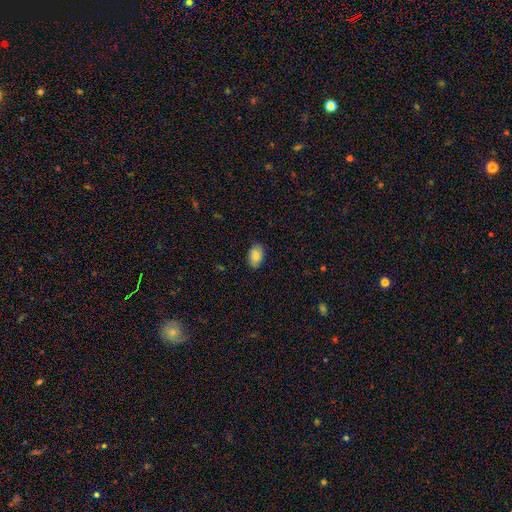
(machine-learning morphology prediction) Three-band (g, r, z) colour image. It shows a smooth galaxy with no disk features (85%) that is in between round and cigar-shaped (89%). Merging: none (84%).